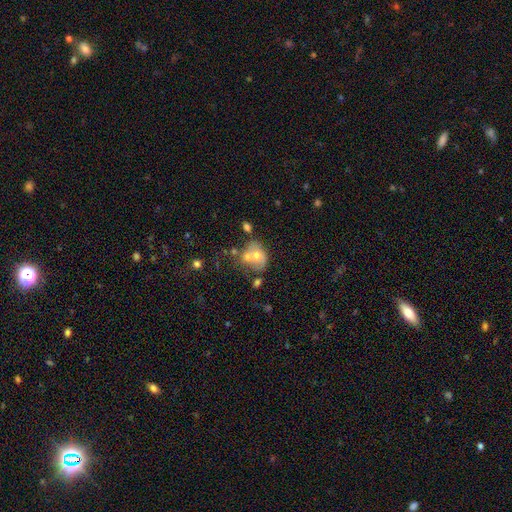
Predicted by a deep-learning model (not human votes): smooth-or-featured: smooth: 56% | featured or disk: 34% | star or artifact: 10%
  how-rounded: in between: 55% | round: 44% | cigar-shaped: 1%
  merging: merger: 45% | none: 29% | minor disturbance: 17% | major disturbance: 9%